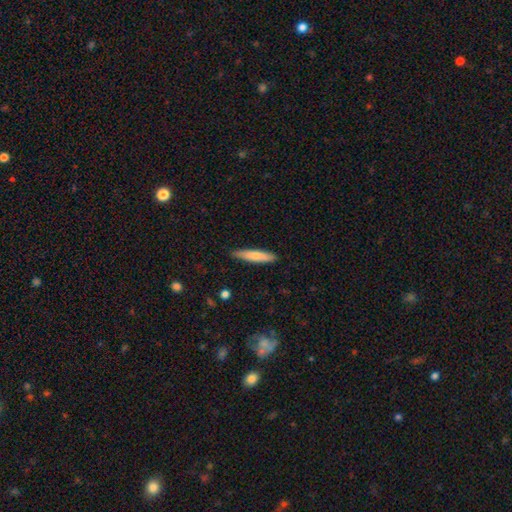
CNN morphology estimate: smooth-or-featured: smooth: 77% | featured or disk: 18% | star or artifact: 5%
  how-rounded: cigar-shaped: 86% | in between: 13% | round: 1%
  merging: none: 86% | minor disturbance: 11% | major disturbance: 2% | merger: 1%